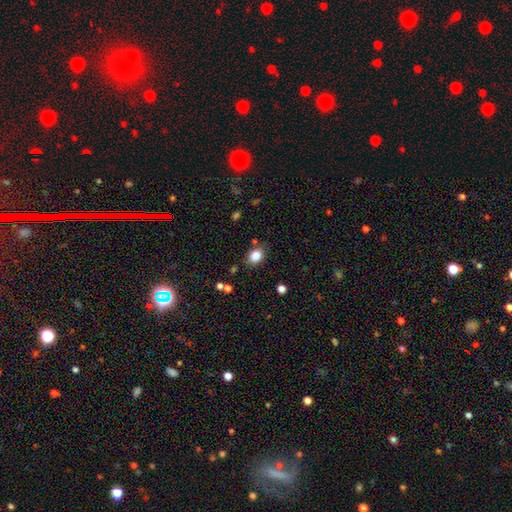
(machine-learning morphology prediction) This appears to be a smooth galaxy with no disk features (84%) that is in between round and cigar-shaped (59%). Merging: none (79%).